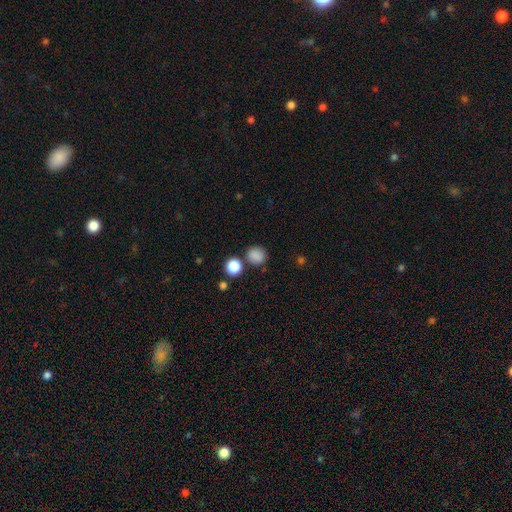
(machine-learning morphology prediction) Q: Smooth or featured?
A: smooth (84%); runner-up: star or artifact (12%)
Q: How rounded?
A: round (81%); runner-up: in between (18%)
Q: Merging?
A: none (78%); runner-up: minor disturbance (11%)